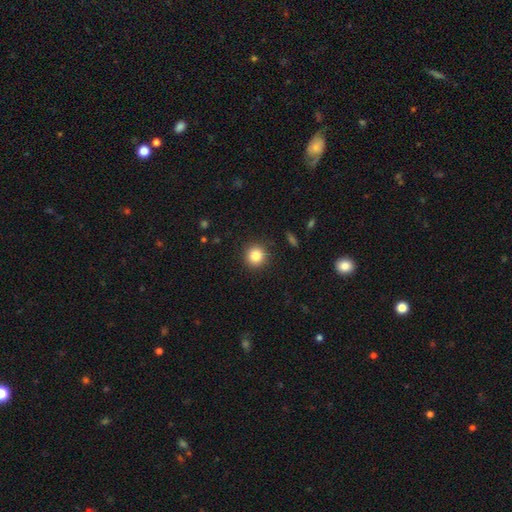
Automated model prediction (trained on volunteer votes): Overall: smooth (84%). How rounded: round (93%). Merging: none (91%).